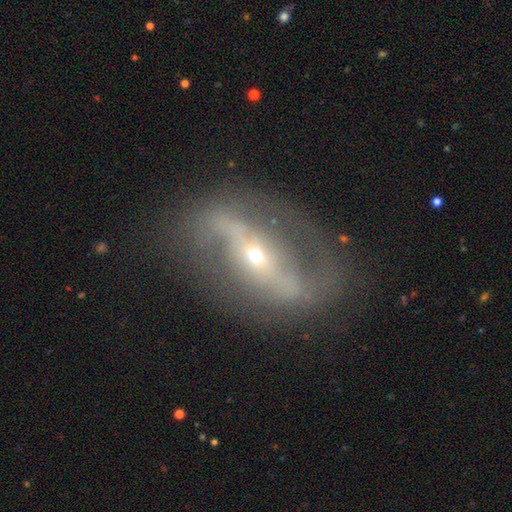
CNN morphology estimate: smooth_or_featured: featured or disk (p=0.84) [alt: smooth p=0.09]
disk_edge_on: no (p=0.90) [alt: yes p=0.10]
bar: strong (p=0.58) [alt: weak p=0.21]
has_spiral_arms: yes (p=0.74) [alt: no p=0.26]
spiral_winding: loose (p=0.45) [alt: medium p=0.39]
spiral_arm_count: 2 (p=0.88) [alt: can't tell p=0.06]
bulge_size: small (p=0.73) [alt: moderate p=0.23]
merging: none (p=0.72) [alt: minor disturbance p=0.15]